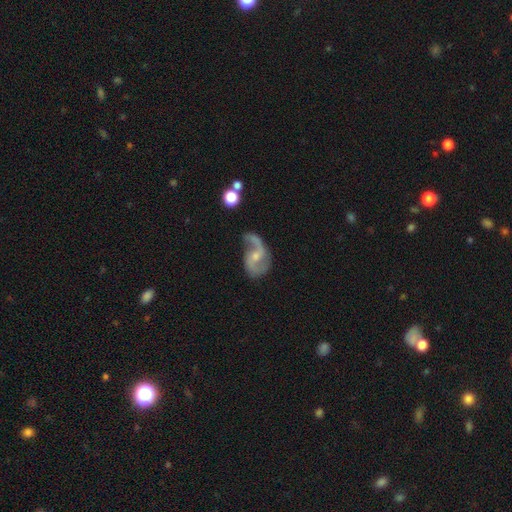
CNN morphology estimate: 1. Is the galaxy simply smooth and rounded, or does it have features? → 85% featured or disk, 10% smooth, 6% star or artifact.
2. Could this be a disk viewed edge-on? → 97% no, 3% yes.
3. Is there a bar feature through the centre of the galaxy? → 47% no, 41% weak, 12% strong.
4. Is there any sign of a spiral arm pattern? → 95% yes, 5% no.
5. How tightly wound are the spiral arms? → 59% loose, 33% medium, 8% tight.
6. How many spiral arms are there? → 84% 2, 9% 1, 3% can't tell, 1% 3, 1% 4, 1% more than 4.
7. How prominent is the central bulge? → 57% small, 37% moderate, 4% none, 1% large, 1% dominant.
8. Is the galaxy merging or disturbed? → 50% none, 27% minor disturbance, 19% major disturbance, 4% merger.